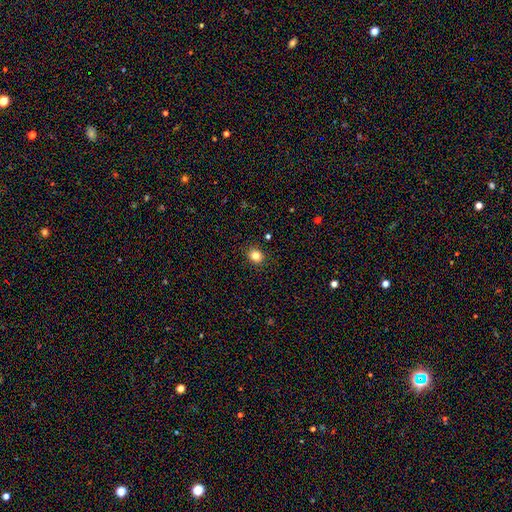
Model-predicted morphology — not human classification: Smooth or featured?
  - smooth: 82% *
  - star or artifact: 12%
  - featured or disk: 6%
How rounded?
  - round: 72% *
  - in between: 27%
  - cigar-shaped: 1%
Merging?
  - none: 90% *
  - minor disturbance: 7%
  - major disturbance: 2%
  - merger: 1%